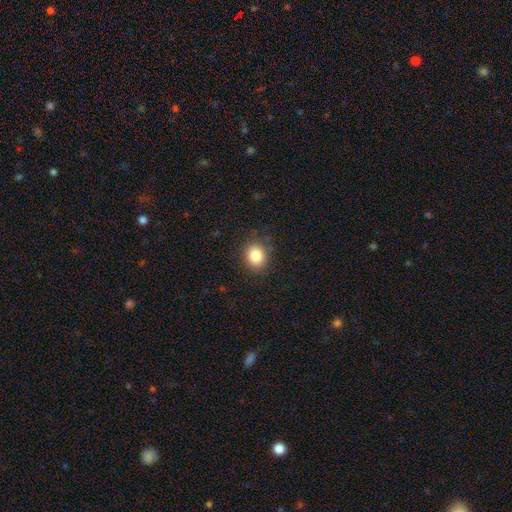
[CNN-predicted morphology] Overall: smooth (85%). How rounded: round (68%; in between 31%). Merging: none (85%).